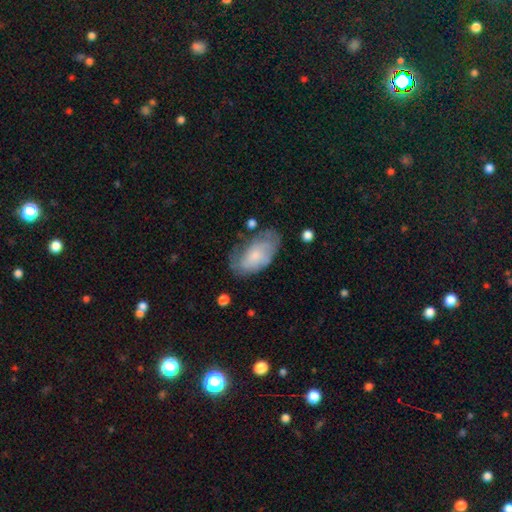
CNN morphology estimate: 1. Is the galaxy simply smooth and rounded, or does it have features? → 61% smooth, 32% featured or disk, 7% star or artifact.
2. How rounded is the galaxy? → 93% in between, 4% round, 3% cigar-shaped.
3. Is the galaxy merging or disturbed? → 53% none, 31% minor disturbance, 14% major disturbance, 3% merger.